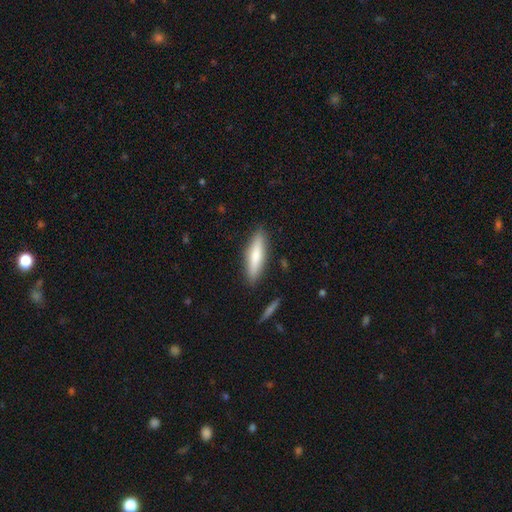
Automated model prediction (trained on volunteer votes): smooth_or_featured: smooth (p=0.70) [alt: featured or disk p=0.24]
how_rounded: cigar-shaped (p=0.76) [alt: in between p=0.22]
merging: none (p=0.88) [alt: minor disturbance p=0.09]